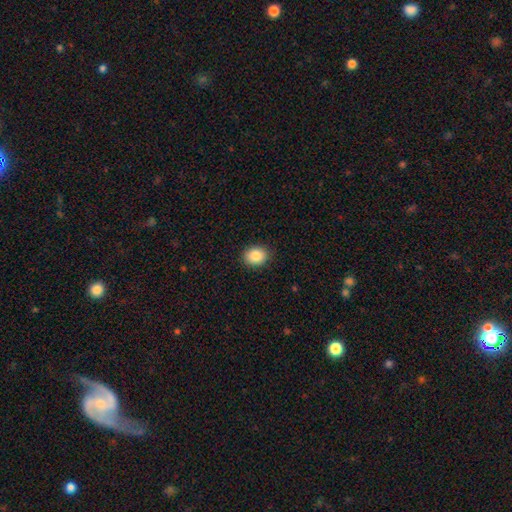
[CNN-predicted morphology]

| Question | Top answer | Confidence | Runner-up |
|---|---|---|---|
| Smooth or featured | smooth | 87% | star or artifact (8%) |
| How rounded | round | 51% | in between (48%) |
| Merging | none | 89% | minor disturbance (8%) |